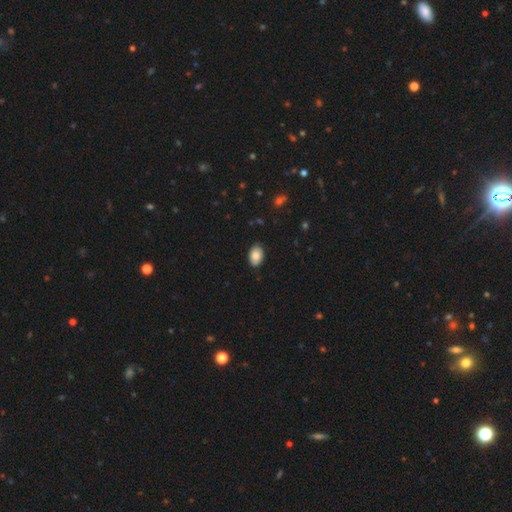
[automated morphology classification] Overall: smooth (84%). How rounded: in between (89%). Merging: none (85%).